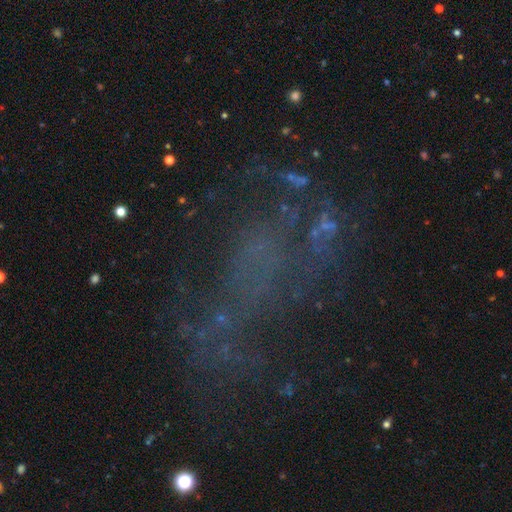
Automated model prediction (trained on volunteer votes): smooth_or_featured: featured or disk (p=0.49) [alt: star or artifact p=0.31]
merging: none (p=0.44) [alt: major disturbance p=0.34]